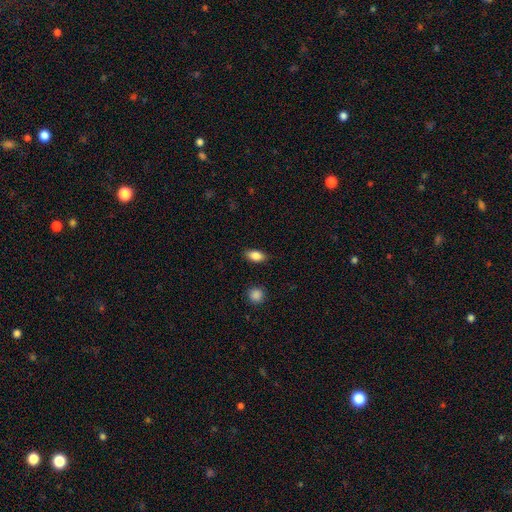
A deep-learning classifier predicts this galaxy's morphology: Smooth or featured: smooth — 86% (star or artifact — 8%)
How rounded: in between — 87% (round — 7%)
Merging: none — 85% (minor disturbance — 11%)